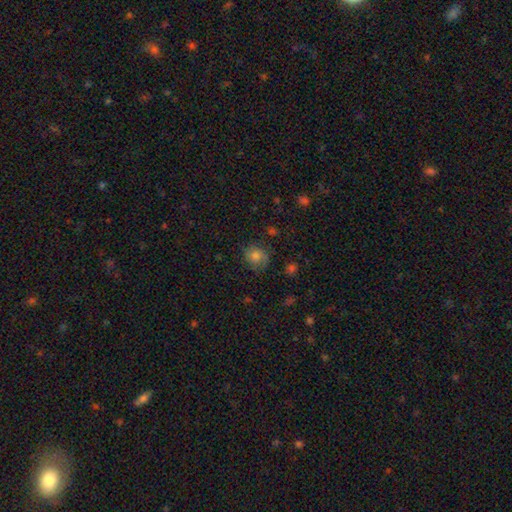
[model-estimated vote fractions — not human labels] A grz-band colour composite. It shows a smooth galaxy with no disk features (68%) that is round (71%). Merging: none (68%).